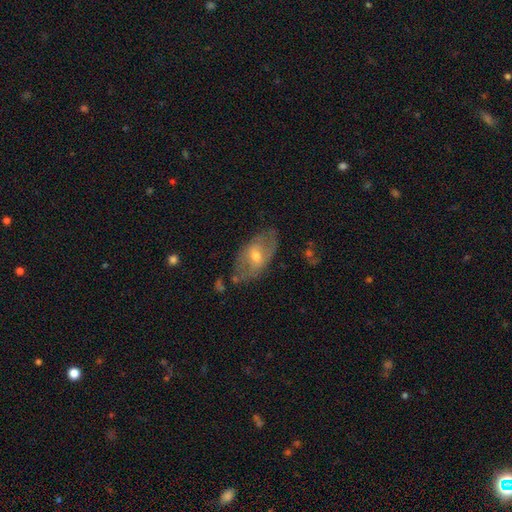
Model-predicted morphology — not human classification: featured or disk 59%, smooth 33%, star or artifact 8%. Down the decision tree: edge-on disk — no (88%); bar — weak (43%); spiral arms — yes (52%); bulge size — moderate (56%); merging — none (67%).